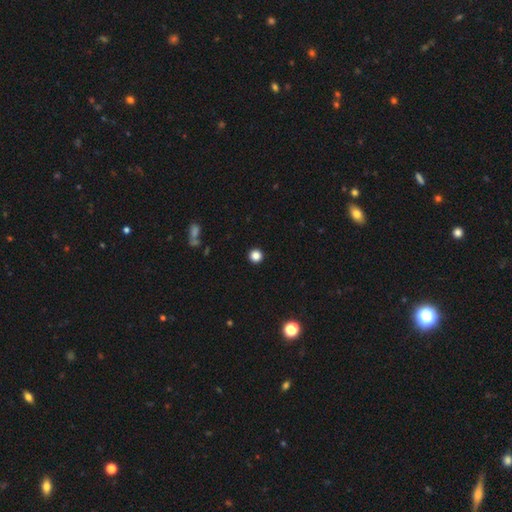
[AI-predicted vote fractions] Q: Smooth or featured?
A: smooth (85%); runner-up: star or artifact (12%)
Q: How rounded?
A: round (96%); runner-up: in between (3%)
Q: Merging?
A: none (93%); runner-up: minor disturbance (4%)